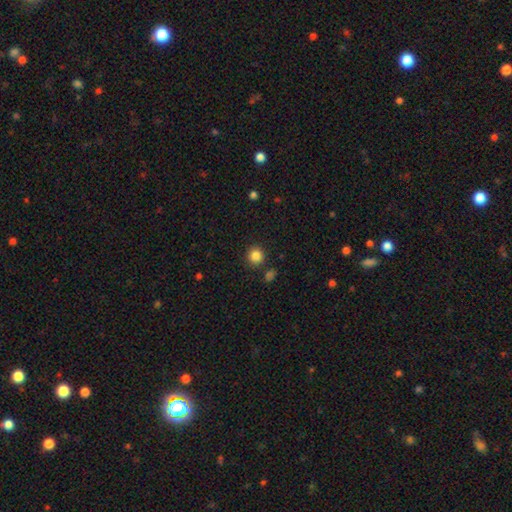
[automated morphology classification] This is clearly a smooth galaxy (84%). How rounded: clearly round (93%). Merging: clearly none (88%).